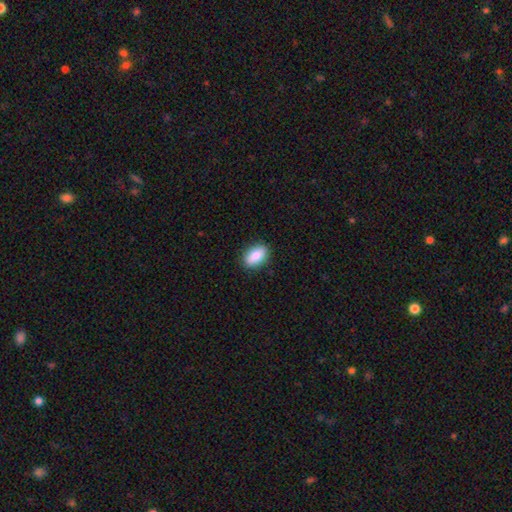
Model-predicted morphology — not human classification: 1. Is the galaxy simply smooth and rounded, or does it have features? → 86% smooth, 7% featured or disk, 7% star or artifact.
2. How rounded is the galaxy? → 90% in between, 7% round, 3% cigar-shaped.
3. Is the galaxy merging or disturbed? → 88% none, 9% minor disturbance, 2% major disturbance, 1% merger.